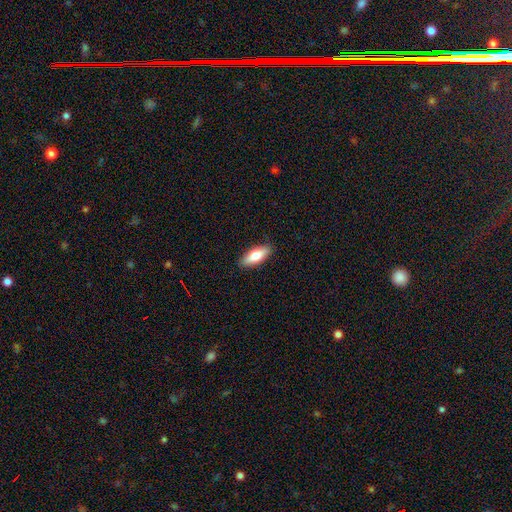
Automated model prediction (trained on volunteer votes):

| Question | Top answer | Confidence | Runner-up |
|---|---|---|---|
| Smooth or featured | smooth | 75% | featured or disk (19%) |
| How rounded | in between | 69% | cigar-shaped (29%) |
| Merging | none | 89% | minor disturbance (8%) |